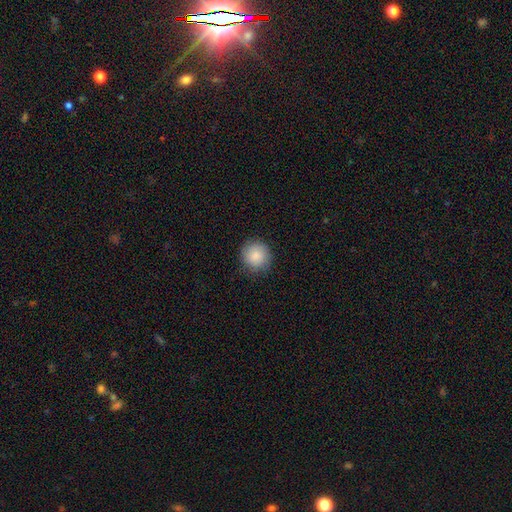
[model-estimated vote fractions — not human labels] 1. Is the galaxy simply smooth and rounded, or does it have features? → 87% smooth, 7% star or artifact, 6% featured or disk.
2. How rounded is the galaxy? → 94% round, 5% in between, 1% cigar-shaped.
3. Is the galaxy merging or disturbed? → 86% none, 10% minor disturbance, 3% major disturbance, 1% merger.